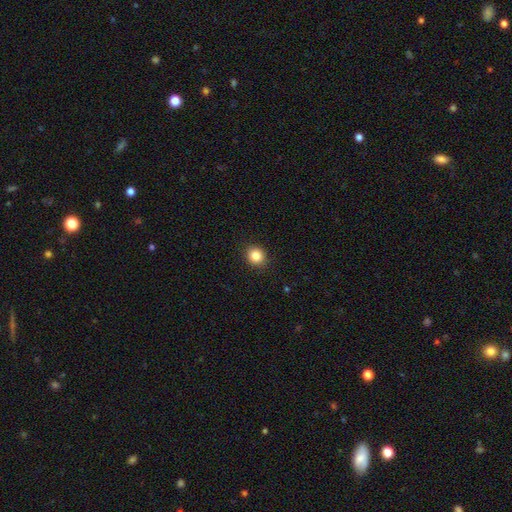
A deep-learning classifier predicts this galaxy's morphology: smooth_or_featured: smooth (p=0.85) [alt: star or artifact p=0.11]
how_rounded: round (p=0.83) [alt: in between p=0.16]
merging: none (p=0.91) [alt: minor disturbance p=0.06]